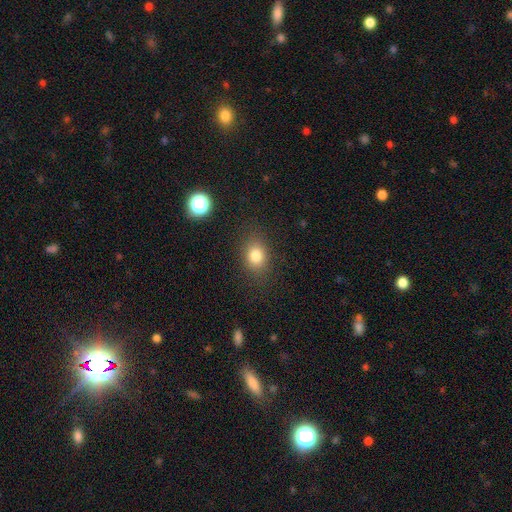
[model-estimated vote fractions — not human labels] Overall: smooth (80%). How rounded: in between (58%; round 41%). Merging: none (83%).